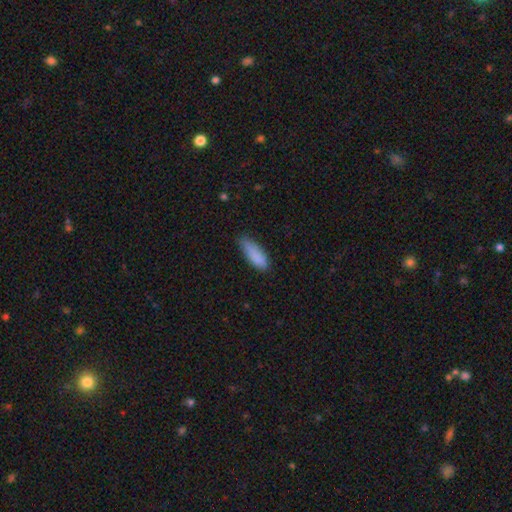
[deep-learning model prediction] Smooth or featured: smooth — 87% (star or artifact — 7%)
How rounded: in between — 61% (cigar-shaped — 38%)
Merging: none — 62% (minor disturbance — 31%)